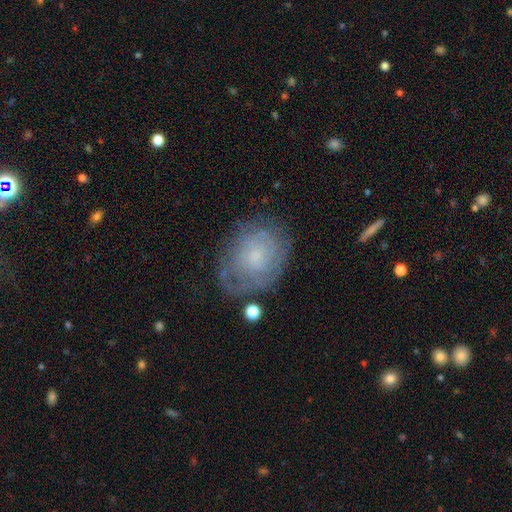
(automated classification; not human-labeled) smooth-or-featured: featured or disk: 55% | smooth: 36% | star or artifact: 9%
  disk-edge-on: no: 97% | yes: 3%
    bar: no: 78% | weak: 19% | strong: 2%
    has-spiral-arms: yes: 72% | no: 28%
    bulge-size: small: 59% | moderate: 22% | none: 15% | large: 3% | dominant: 1%
  merging: none: 64% | minor disturbance: 22% | major disturbance: 11% | merger: 2%